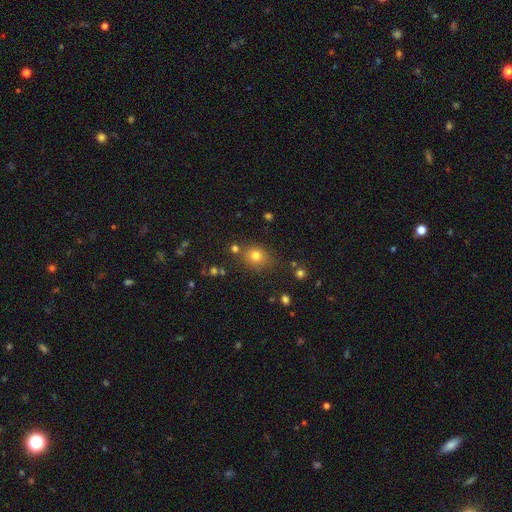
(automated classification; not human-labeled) Smooth or featured: smooth — 76% (star or artifact — 16%)
How rounded: round — 67% (in between — 32%)
Merging: none — 77% (minor disturbance — 12%)